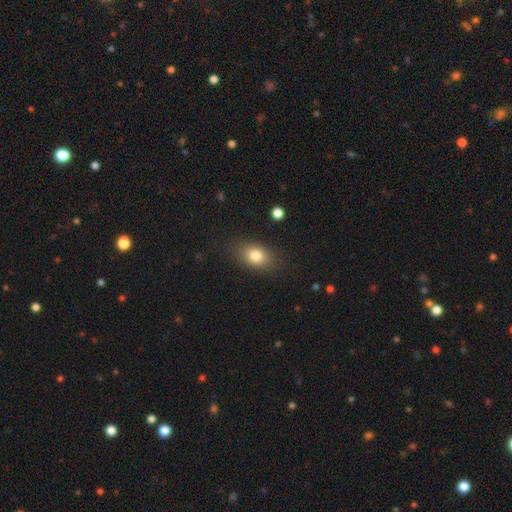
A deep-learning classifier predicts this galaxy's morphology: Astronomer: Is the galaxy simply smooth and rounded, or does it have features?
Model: smooth — 79%.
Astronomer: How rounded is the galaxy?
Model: in between — 76%.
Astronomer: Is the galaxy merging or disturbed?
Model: none — 83%.